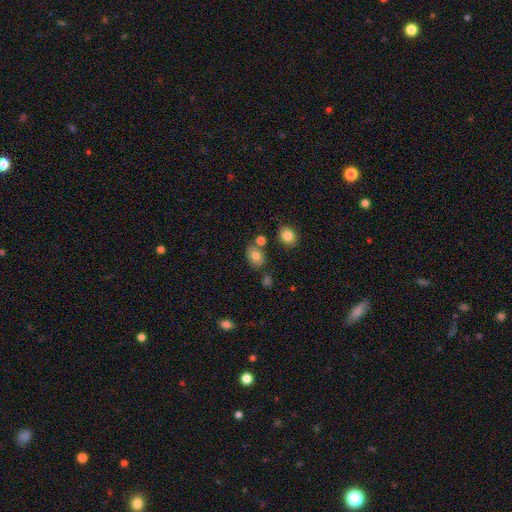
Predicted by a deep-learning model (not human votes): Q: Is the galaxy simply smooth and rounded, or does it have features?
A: smooth — 76%.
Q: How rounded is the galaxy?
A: in between — 68%.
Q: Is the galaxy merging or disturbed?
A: none — 69%.